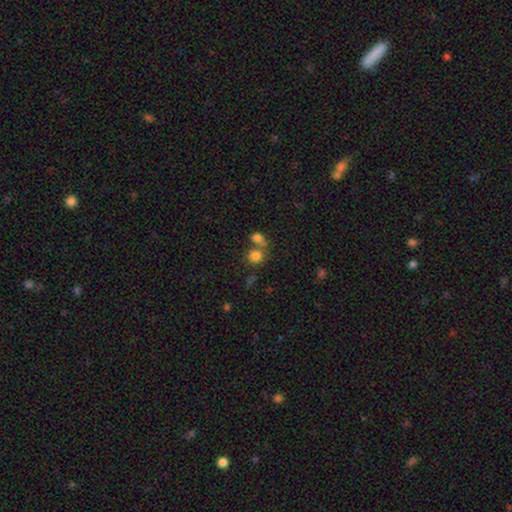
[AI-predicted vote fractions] This appears to be a smooth galaxy with no disk features (78%) that is round (77%). Merging: none (45%).